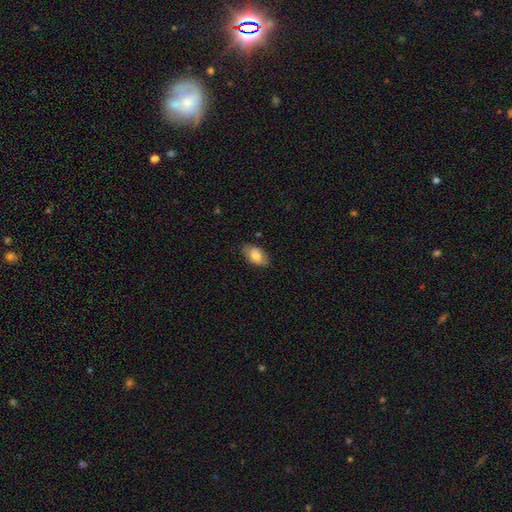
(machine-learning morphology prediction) Smooth or featured? Predicted: smooth (p=0.77). How rounded? Predicted: in between (p=0.92). Merging? Predicted: none (p=0.79).